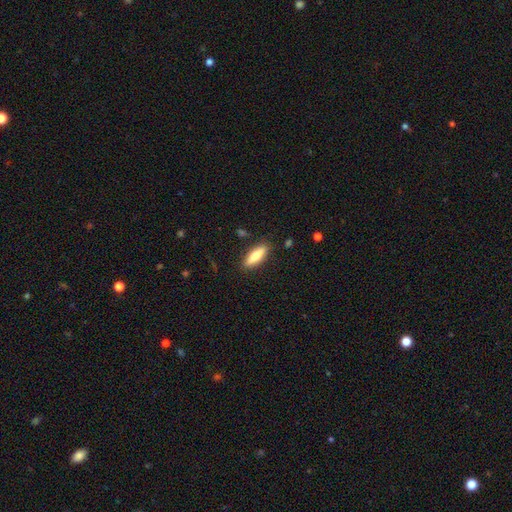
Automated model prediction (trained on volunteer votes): Smooth or featured?
  - smooth: 73% *
  - featured or disk: 21%
  - star or artifact: 6%
How rounded?
  - cigar-shaped: 50% *
  - in between: 48%
  - round: 2%
Merging?
  - none: 86% *
  - minor disturbance: 10%
  - major disturbance: 2%
  - merger: 2%